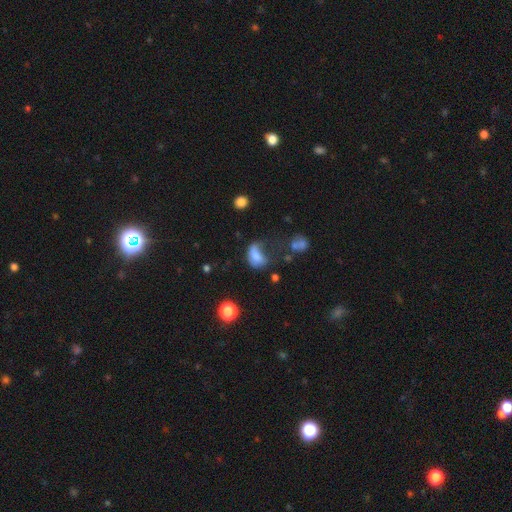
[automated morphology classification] smooth-or-featured: smooth: 68% | featured or disk: 19% | star or artifact: 13%
  how-rounded: in between: 83% | round: 14% | cigar-shaped: 3%
  merging: major disturbance: 46% | minor disturbance: 24% | none: 22% | merger: 8%